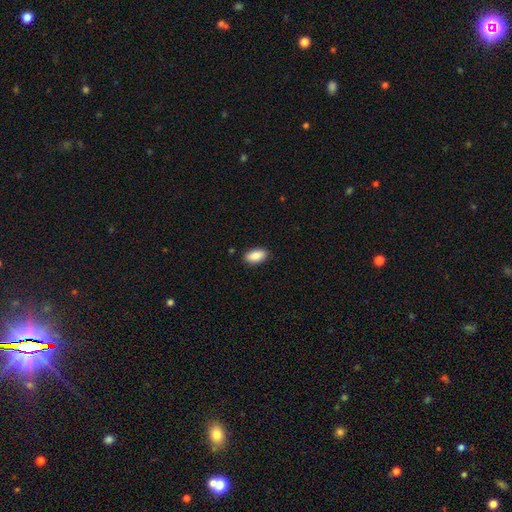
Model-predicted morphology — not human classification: A smooth galaxy with no disk features (88%) that is in between round and cigar-shaped (92%).

Vote fractions:
- Smooth or featured? smooth: 88% / star or artifact: 7% / featured or disk: 6%
- How rounded? in between: 92% / cigar-shaped: 5% / round: 3%
- Merging? none: 89% / minor disturbance: 8% / major disturbance: 2% / merger: 1%